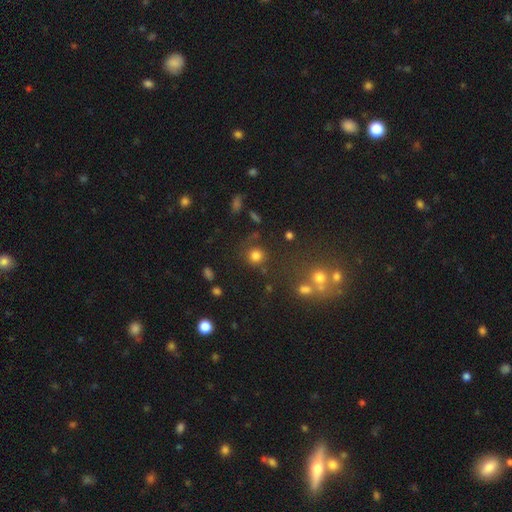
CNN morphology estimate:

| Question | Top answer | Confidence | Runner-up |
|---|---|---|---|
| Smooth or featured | smooth | 78% | star or artifact (16%) |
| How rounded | round | 89% | in between (10%) |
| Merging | none | 75% | minor disturbance (11%) |